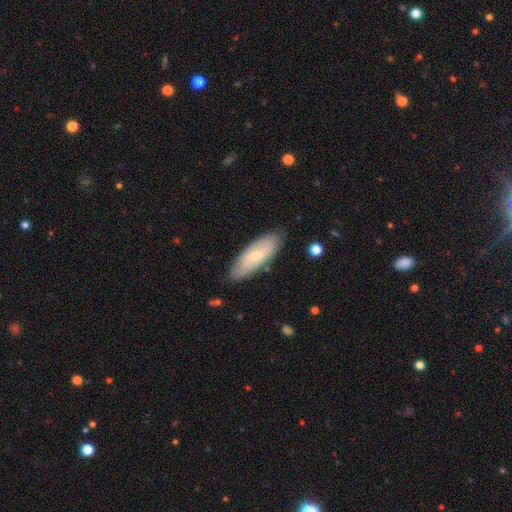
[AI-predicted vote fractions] The model was most divided on "smooth or featured": smooth: 53%, featured or disk: 41%, star or artifact: 6%. More confident: merging — none (83%); how rounded — in between (67%).